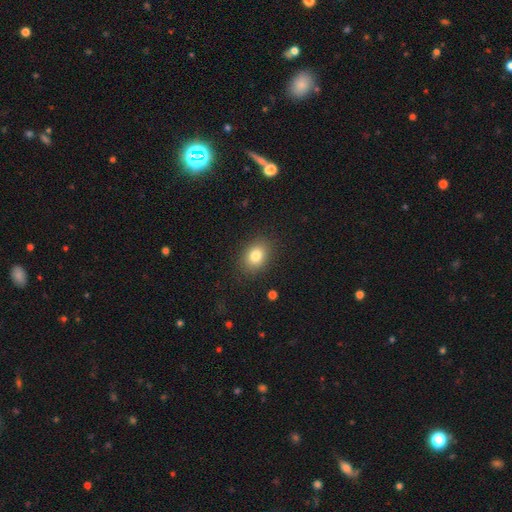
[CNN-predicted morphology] Smooth or featured: smooth — 81% (star or artifact — 10%)
How rounded: in between — 67% (round — 32%)
Merging: none — 86% (minor disturbance — 10%)